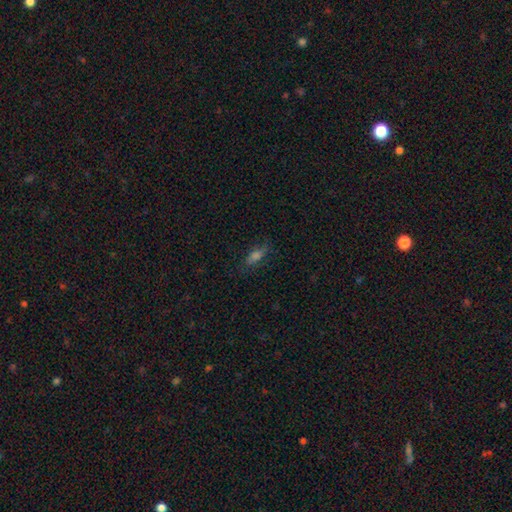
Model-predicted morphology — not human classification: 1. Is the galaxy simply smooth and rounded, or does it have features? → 55% smooth, 26% featured or disk, 19% star or artifact.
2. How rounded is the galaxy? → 60% in between, 34% cigar-shaped, 6% round.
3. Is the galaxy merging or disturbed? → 77% none, 16% minor disturbance, 6% major disturbance, 1% merger.